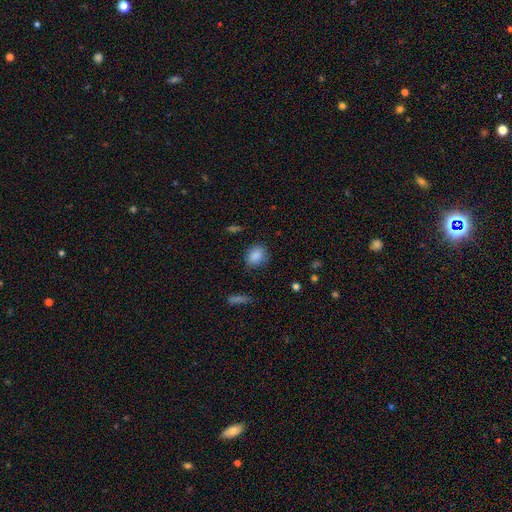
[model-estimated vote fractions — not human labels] Smooth or featured? Predicted: smooth (p=0.86). How rounded? Predicted: round (p=0.56). Merging? Predicted: none (p=0.82).